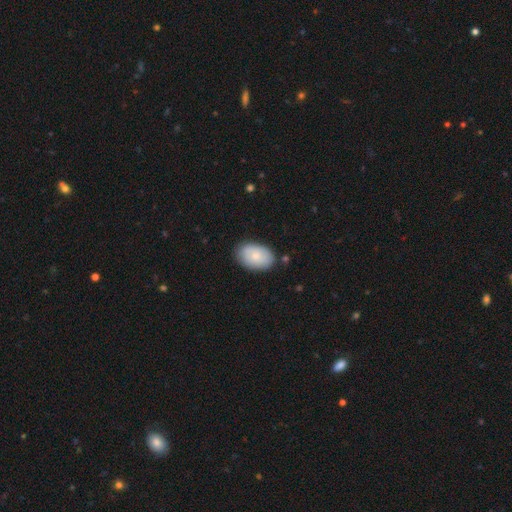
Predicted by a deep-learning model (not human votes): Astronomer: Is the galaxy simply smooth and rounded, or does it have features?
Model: smooth — 77%.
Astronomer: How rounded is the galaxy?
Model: in between — 90%.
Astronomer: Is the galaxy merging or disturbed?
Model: none — 79%.